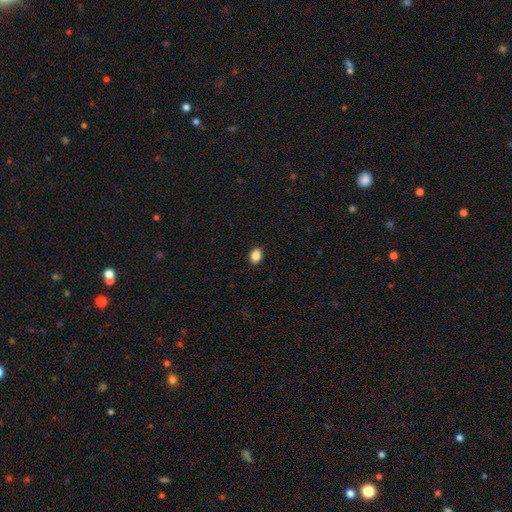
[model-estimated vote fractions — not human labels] A smooth galaxy with no disk features (88%) that is in between round and cigar-shaped (67%). Merging: none (91%).